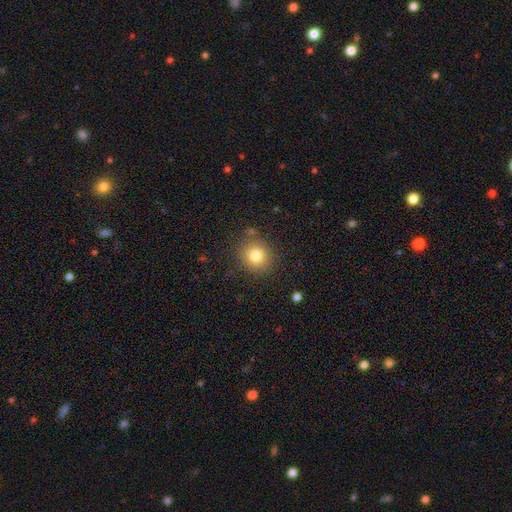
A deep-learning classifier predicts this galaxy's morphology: smooth_or_featured: smooth (p=0.79) [alt: star or artifact p=0.12]
how_rounded: round (p=0.85) [alt: in between p=0.14]
merging: none (p=0.84) [alt: minor disturbance p=0.10]